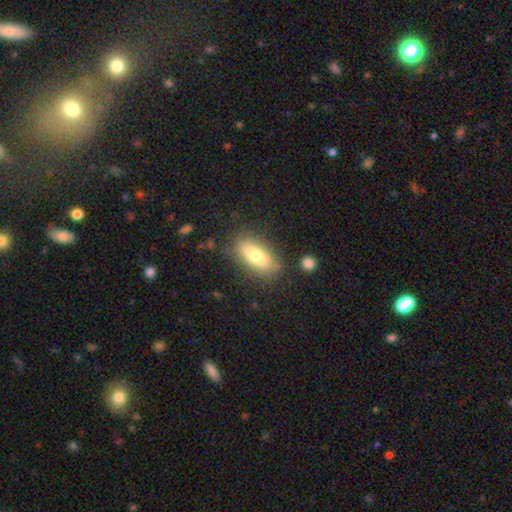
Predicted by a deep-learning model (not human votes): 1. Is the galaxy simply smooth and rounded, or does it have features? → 72% smooth, 20% featured or disk, 7% star or artifact.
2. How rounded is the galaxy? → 79% in between, 17% cigar-shaped, 3% round.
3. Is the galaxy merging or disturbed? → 81% none, 12% minor disturbance, 4% major disturbance, 3% merger.